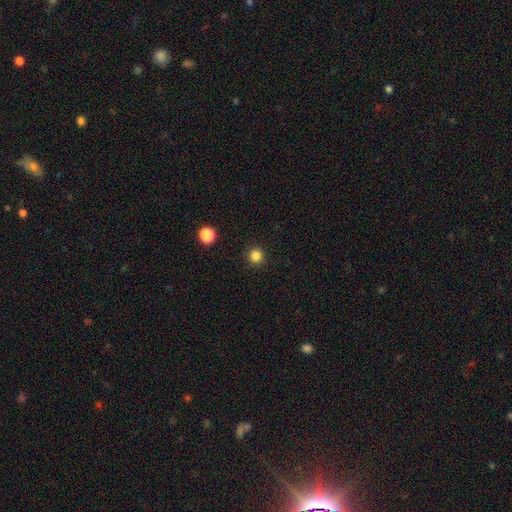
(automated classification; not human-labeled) Smooth or featured: smooth — 84% (star or artifact — 13%)
How rounded: round — 95% (in between — 4%)
Merging: none — 92% (minor disturbance — 5%)